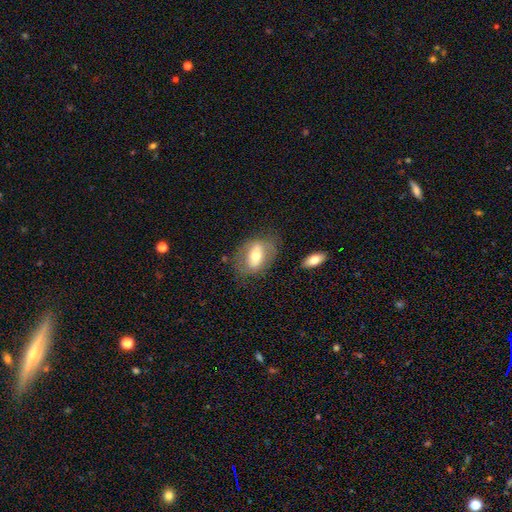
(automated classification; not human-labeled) Smooth or featured: smooth — 50% (featured or disk — 42%)
Merging: none — 67% (minor disturbance — 19%)